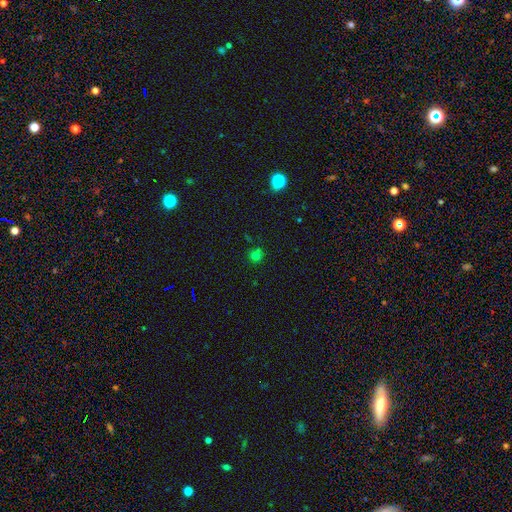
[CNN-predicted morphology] Q: Smooth or featured?
A: smooth (72%); runner-up: star or artifact (21%)
Q: How rounded?
A: round (92%); runner-up: in between (7%)
Q: Merging?
A: none (79%); runner-up: minor disturbance (12%)